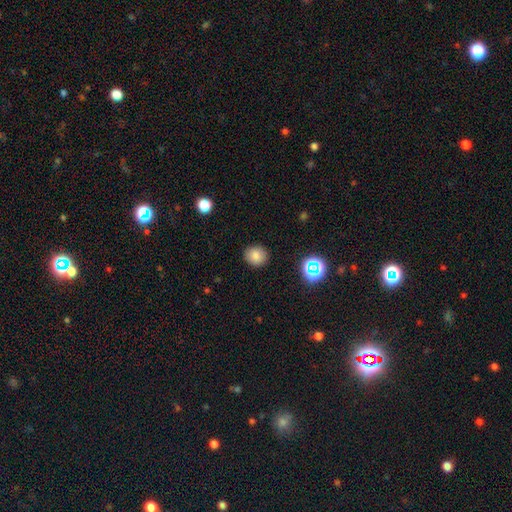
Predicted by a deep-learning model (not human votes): Smooth or featured? smooth (81%)
How rounded? round (83%)
Merging? none (89%)